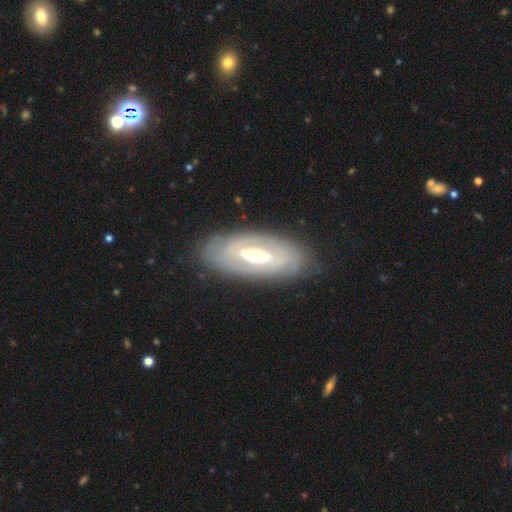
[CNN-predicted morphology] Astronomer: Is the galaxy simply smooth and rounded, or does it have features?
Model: featured or disk — 77%.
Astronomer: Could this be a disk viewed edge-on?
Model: no — 85%.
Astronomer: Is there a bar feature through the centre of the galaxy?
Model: strong — 40% (runner-up: weak, 36%).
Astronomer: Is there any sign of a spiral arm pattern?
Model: yes — 55% (runner-up: no, 45%).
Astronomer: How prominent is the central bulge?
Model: moderate — 68%.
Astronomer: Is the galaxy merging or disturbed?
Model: none — 83%.